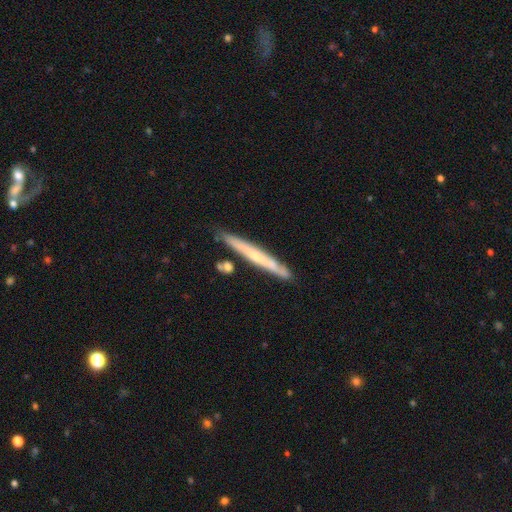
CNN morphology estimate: This appears to be a featured or disk galaxy (60%) viewed edge-on (96%) with a rounded central bulge (50%). Merging: none (86%).